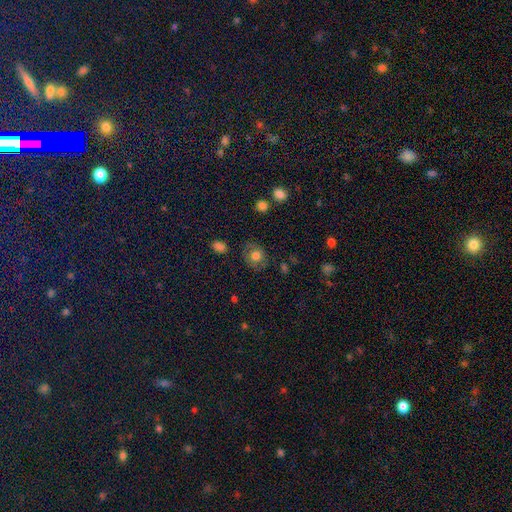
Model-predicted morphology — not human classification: smooth_or_featured: smooth (p=0.71) [alt: featured or disk p=0.19]
how_rounded: round (p=0.72) [alt: in between p=0.27]
merging: none (p=0.75) [alt: minor disturbance p=0.16]